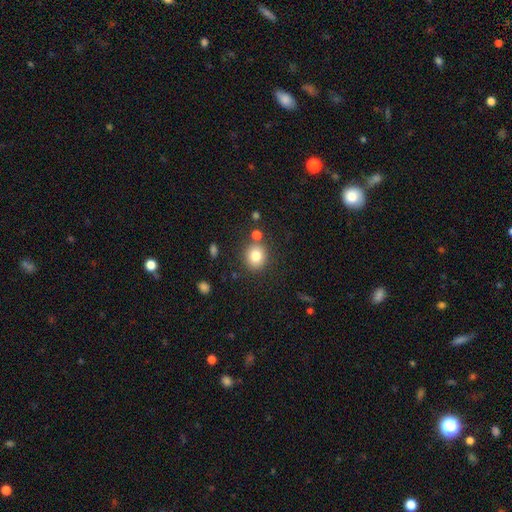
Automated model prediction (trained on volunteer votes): smooth_or_featured: smooth (p=0.81) [alt: star or artifact p=0.11]
how_rounded: round (p=0.81) [alt: in between p=0.18]
merging: none (p=0.80) [alt: minor disturbance p=0.09]